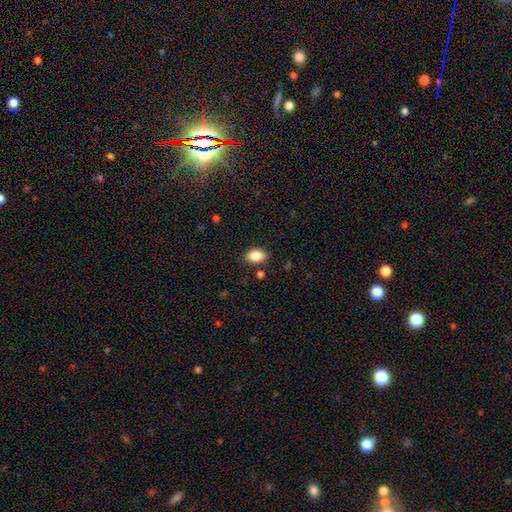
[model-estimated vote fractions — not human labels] A smooth galaxy with no disk features (86%) that is in between round and cigar-shaped (83%). Merging: none (85%).